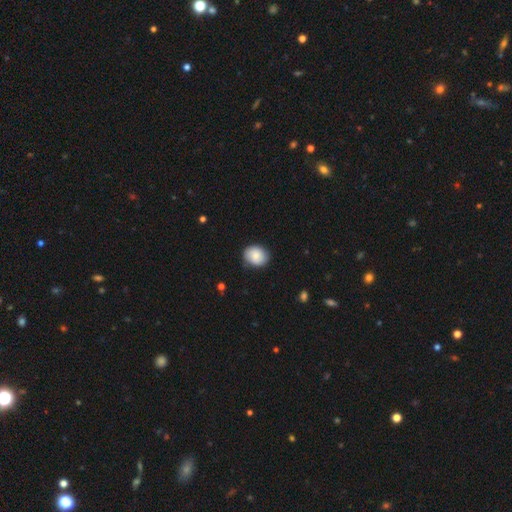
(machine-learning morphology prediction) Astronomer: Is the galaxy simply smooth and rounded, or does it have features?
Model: smooth — 80%.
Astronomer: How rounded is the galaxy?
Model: round — 54% (runner-up: in between, 45%).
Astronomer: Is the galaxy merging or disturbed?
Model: none — 81%.